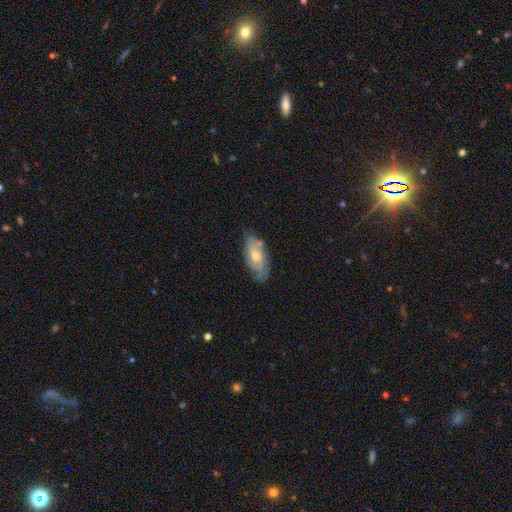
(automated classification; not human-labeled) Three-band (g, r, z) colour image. It shows a featured or disk galaxy (51%). Merging: none (69%).